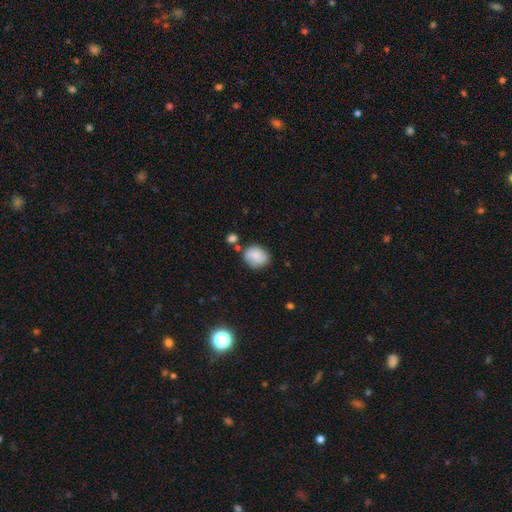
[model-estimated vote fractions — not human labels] Smooth or featured: smooth — 85% (featured or disk — 8%)
How rounded: round — 60% (in between — 39%)
Merging: none — 75% (minor disturbance — 16%)